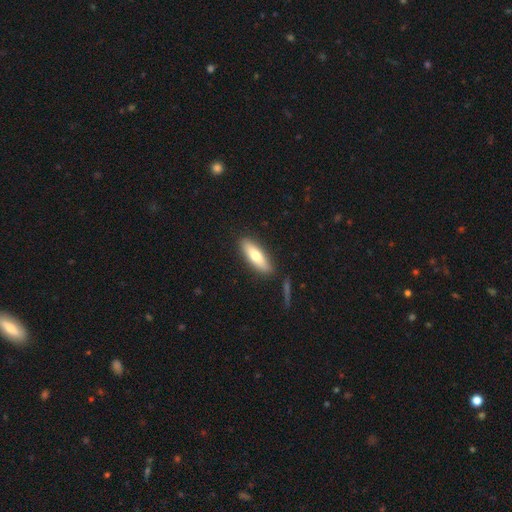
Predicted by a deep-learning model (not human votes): Smooth or featured?
  - smooth: 68% *
  - featured or disk: 26%
  - star or artifact: 6%
How rounded?
  - in between: 49% * (tied)
  - cigar-shaped: 49% * (tied)
  - round: 2%
Merging?
  - none: 85% *
  - minor disturbance: 9%
  - merger: 3%
  - major disturbance: 2%